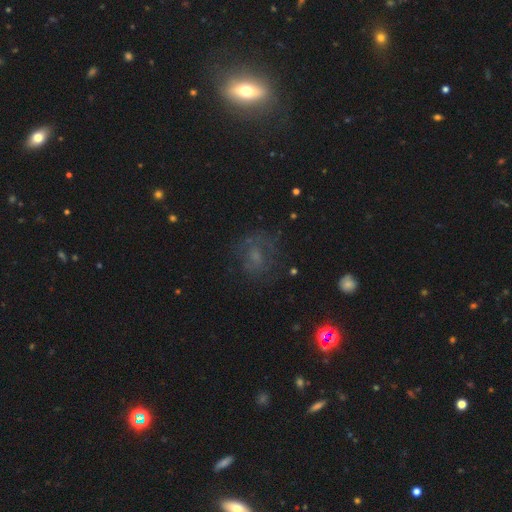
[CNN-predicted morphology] type=featured or disk (36%); merging=none (62%).